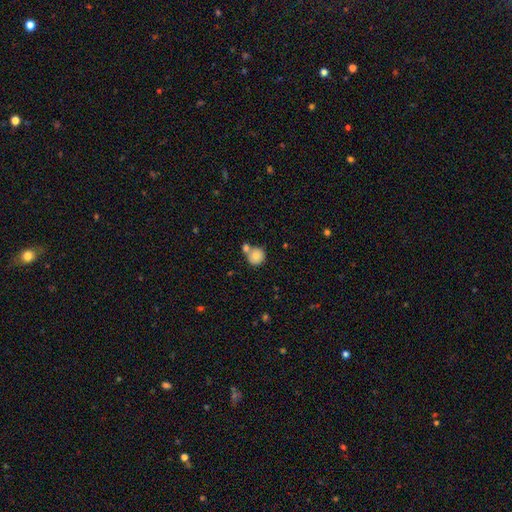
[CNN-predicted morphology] Smooth or featured: smooth — 76% (featured or disk — 15%)
How rounded: round — 89% (in between — 10%)
Merging: none — 53% (merger — 33%)